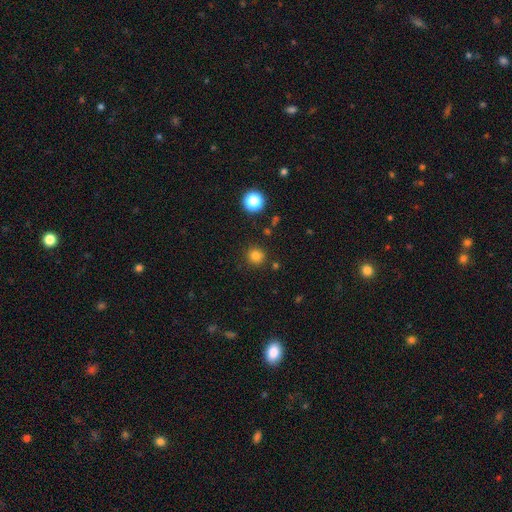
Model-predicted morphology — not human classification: Smooth or featured? Predicted: smooth (p=0.80). How rounded? Predicted: round (p=0.93). Merging? Predicted: none (p=0.88).